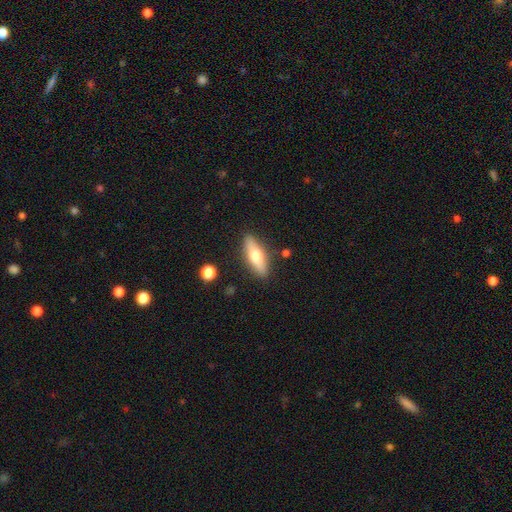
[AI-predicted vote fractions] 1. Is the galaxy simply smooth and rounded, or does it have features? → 58% smooth, 35% featured or disk, 6% star or artifact.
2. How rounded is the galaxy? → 51% in between, 46% cigar-shaped, 3% round.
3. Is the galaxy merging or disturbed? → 86% none, 10% minor disturbance, 2% major disturbance, 2% merger.